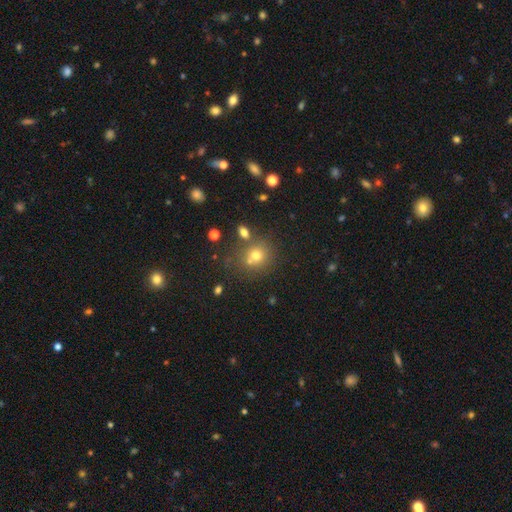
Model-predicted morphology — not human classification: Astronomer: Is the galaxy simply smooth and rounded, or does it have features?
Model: smooth — 69%.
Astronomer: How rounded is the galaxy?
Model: round — 82%.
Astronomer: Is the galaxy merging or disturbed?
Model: none — 60%.